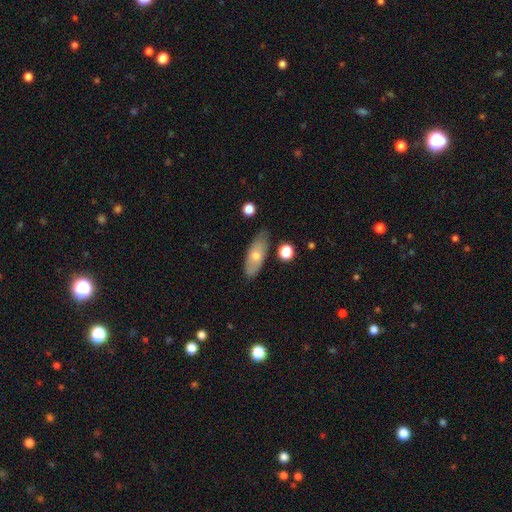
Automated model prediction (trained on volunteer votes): Smooth or featured? Predicted: smooth (p=0.62). How rounded? Predicted: in between (p=0.73). Merging? Predicted: none (p=0.77).